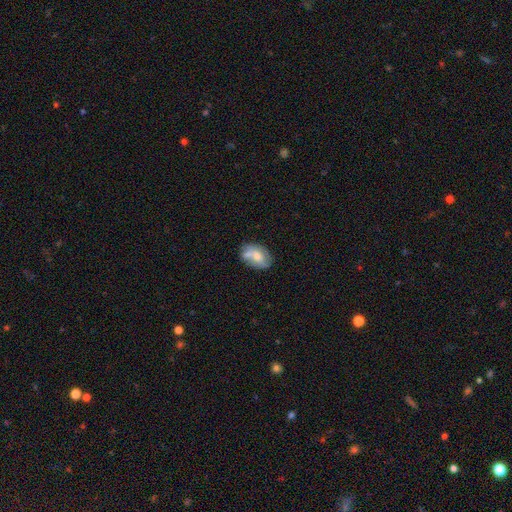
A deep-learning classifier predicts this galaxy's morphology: This appears to be a smooth galaxy with no disk features (54%) that is in between round and cigar-shaped (82%). Merging: none (43%).